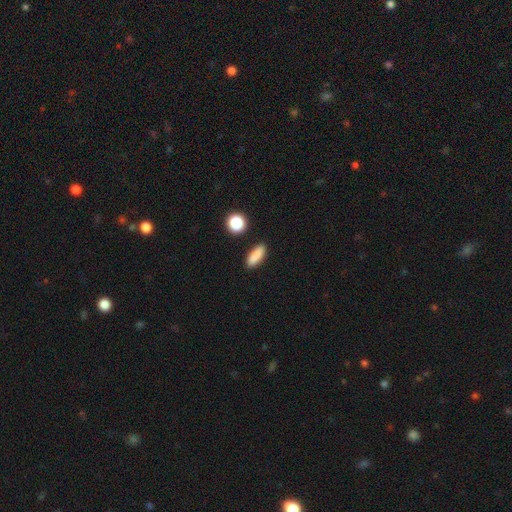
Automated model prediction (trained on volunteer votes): Smooth or featured: smooth — 87% (star or artifact — 8%)
How rounded: in between — 56% (cigar-shaped — 39%)
Merging: none — 88% (minor disturbance — 7%)